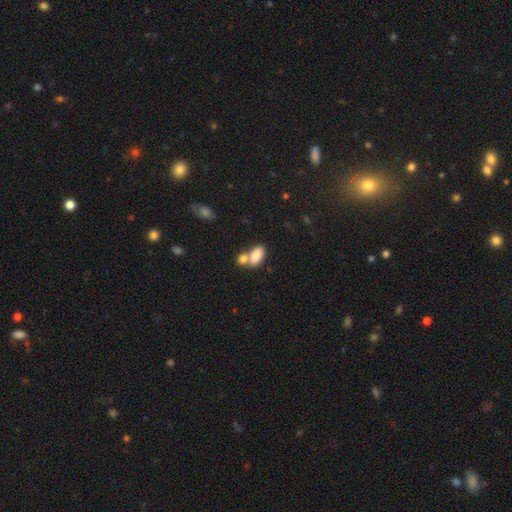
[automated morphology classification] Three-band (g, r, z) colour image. It shows a smooth galaxy with no disk features (84%) that is in between round and cigar-shaped (91%). Merging: merger (50%).